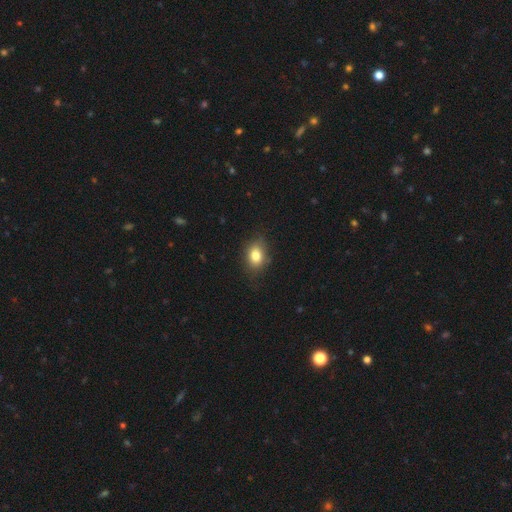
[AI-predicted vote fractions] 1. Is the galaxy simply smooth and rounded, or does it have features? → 81% smooth, 10% star or artifact, 9% featured or disk.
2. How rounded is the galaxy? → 66% in between, 33% round, 1% cigar-shaped.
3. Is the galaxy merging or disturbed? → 78% none, 17% minor disturbance, 4% major disturbance, 1% merger.